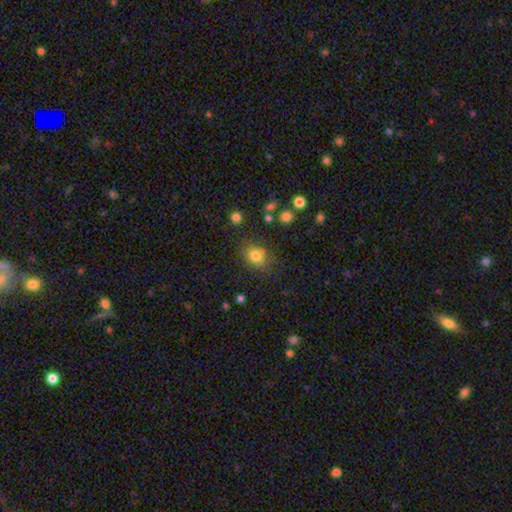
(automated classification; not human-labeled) smooth_or_featured: smooth (p=0.79) [alt: star or artifact p=0.12]
how_rounded: in between (p=0.54) [alt: round p=0.44]
merging: none (p=0.72) [alt: minor disturbance p=0.16]